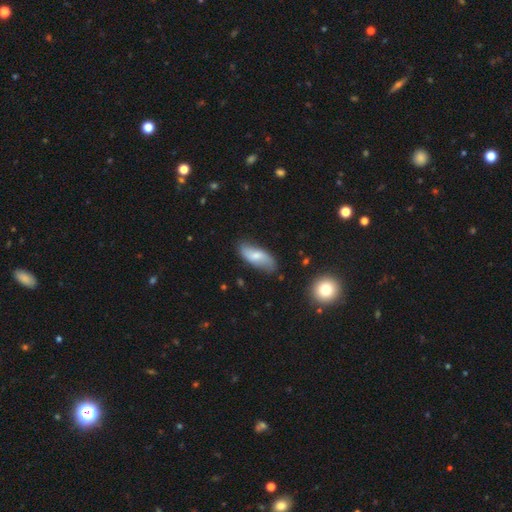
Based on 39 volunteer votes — This is possibly a smooth galaxy (56%). How rounded: clearly in between (82%). Merging: clearly none (82%).